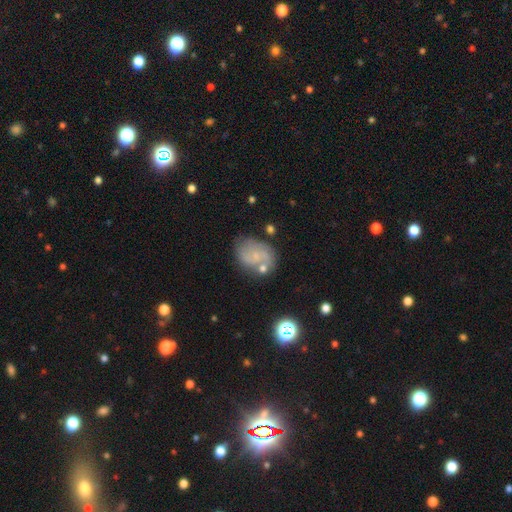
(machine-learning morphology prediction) Smooth or featured?
  - featured or disk: 62% *
  - smooth: 28%
  - star or artifact: 10%
Edge-on disk?
  - no: 98% *
  - yes: 2%
Bar?
  - no: 65% *
  - weak: 31%
  - strong: 5%
Spiral arms?
  - yes: 84% *
  - no: 16%
Spiral winding?
  - medium: 45% *
  - loose: 28%
  - tight: 28%
Spiral arm count?
  - 2: 61% *
  - can't tell: 21%
  - 3: 9%
  - 1: 4%
  - 4: 3%
  - more than 4: 3%
Bulge size?
  - small: 63% *
  - none: 21%
  - moderate: 13%
  - large: 1%
  - dominant: 1%
Merging?
  - none: 58% *
  - minor disturbance: 21%
  - merger: 12%
  - major disturbance: 9%